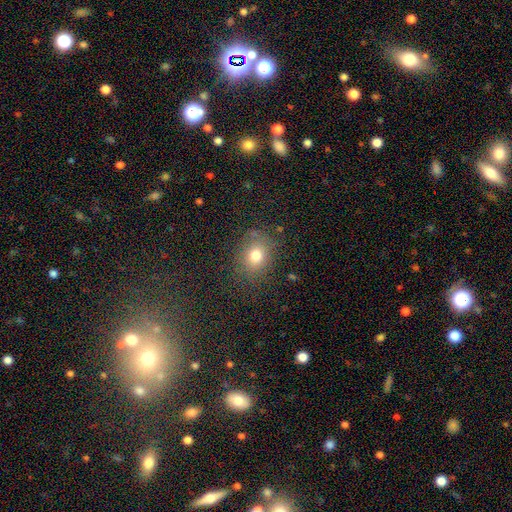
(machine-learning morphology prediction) A smooth galaxy with no disk features (76%) that is round (60%). Merging: none (81%).